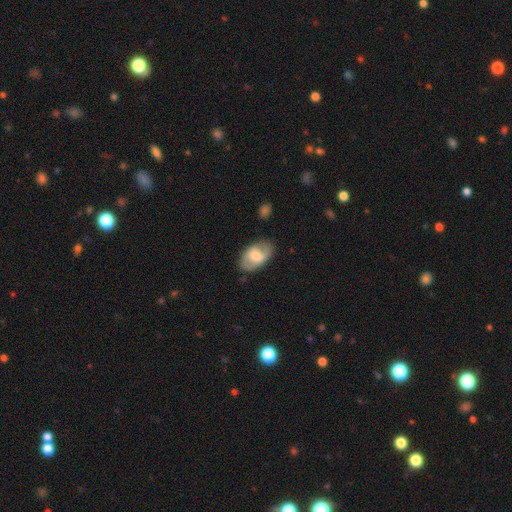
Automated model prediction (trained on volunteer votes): A smooth galaxy with no disk features (49%).

Vote fractions:
- Smooth or featured? smooth: 49% / featured or disk: 45% / star or artifact: 6%
- Merging? none: 79% / minor disturbance: 15% / major disturbance: 4% / merger: 2%